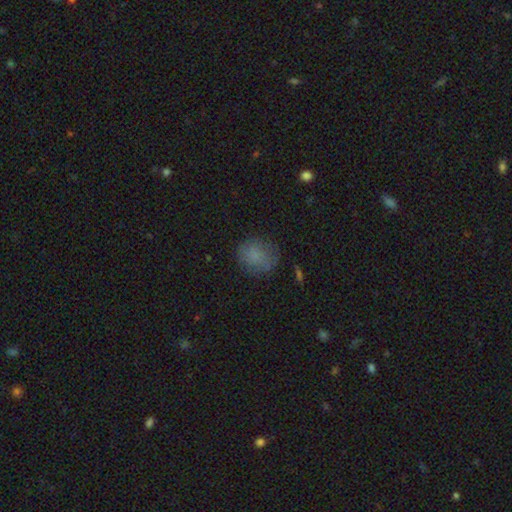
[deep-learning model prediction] A smooth galaxy with no disk features (76%) that is round (71%).

Vote fractions:
- Smooth or featured? smooth: 76% / star or artifact: 12% / featured or disk: 12%
- How rounded? round: 71% / in between: 28% / cigar-shaped: 1%
- Merging? none: 70% / minor disturbance: 20% / major disturbance: 8% / merger: 2%